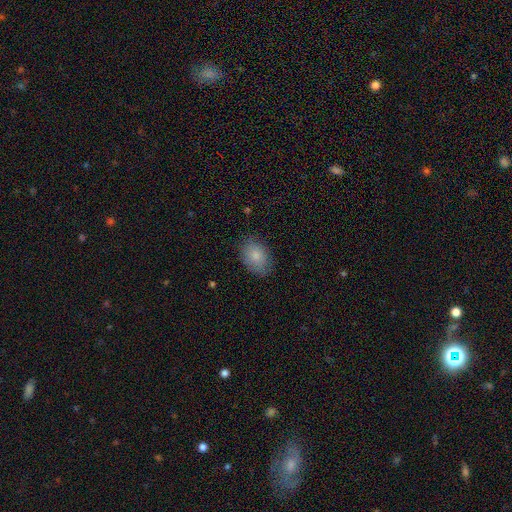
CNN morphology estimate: Overall: smooth (82%). How rounded: in between (82%). Merging: none (77%).